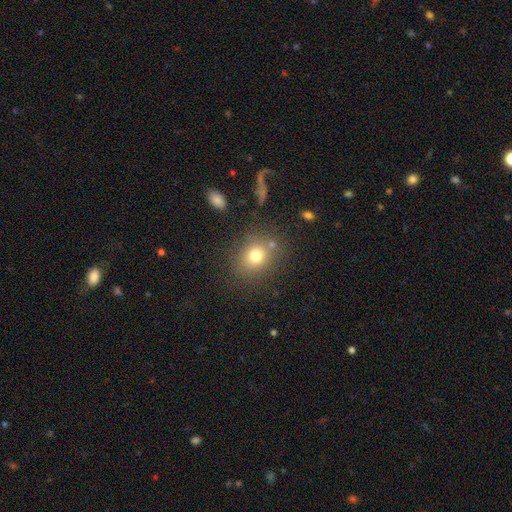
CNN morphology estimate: Smooth or featured? smooth (75%)
How rounded? round (69%)
Merging? none (77%)